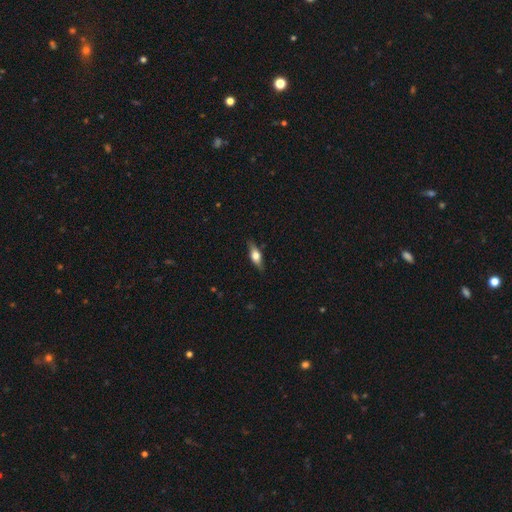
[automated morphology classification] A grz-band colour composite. It shows a smooth galaxy with no disk features (50%) that is in between round and cigar-shaped (59%). Merging: none (84%).